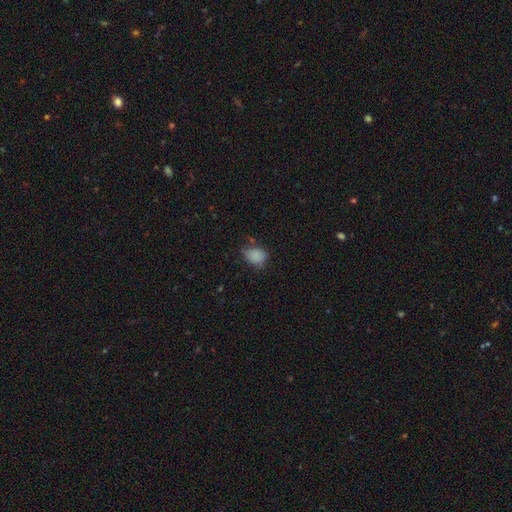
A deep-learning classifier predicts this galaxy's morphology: Smooth or featured: smooth — 81% (star or artifact — 11%)
How rounded: in between — 56% (round — 43%)
Merging: none — 53% (minor disturbance — 34%)